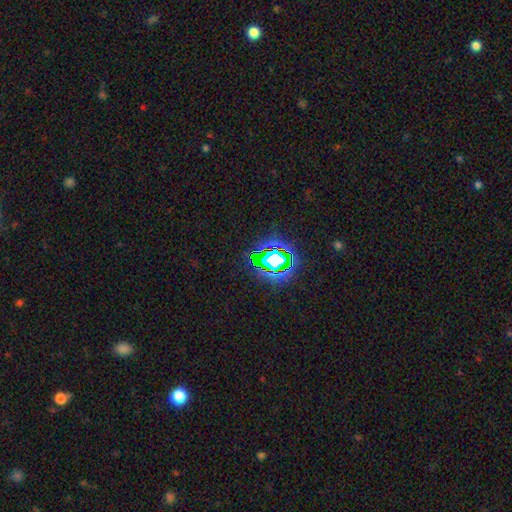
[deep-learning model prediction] smooth_or_featured: star or artifact (p=0.74) [alt: smooth p=0.18]